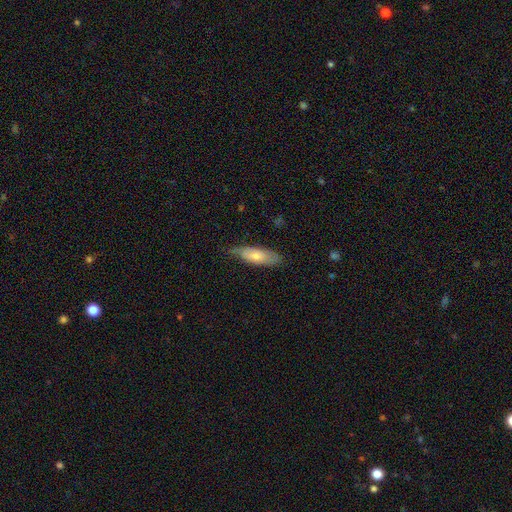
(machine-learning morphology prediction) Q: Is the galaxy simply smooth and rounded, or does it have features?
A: smooth — 70%.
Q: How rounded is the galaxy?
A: in between — 65%.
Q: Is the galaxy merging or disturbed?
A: none — 64%.